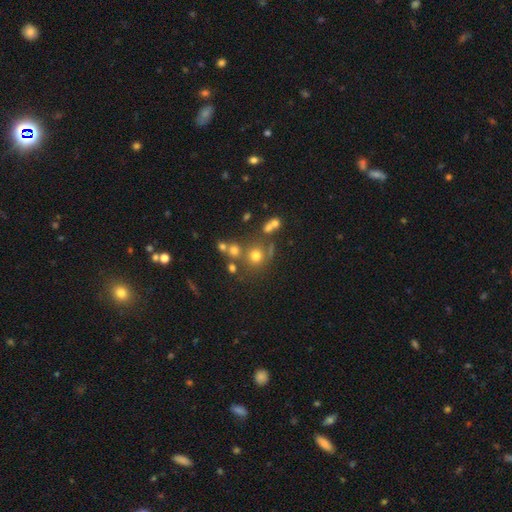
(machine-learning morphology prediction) Overall: smooth (67%). How rounded: round (88%). Merging: none (64%).